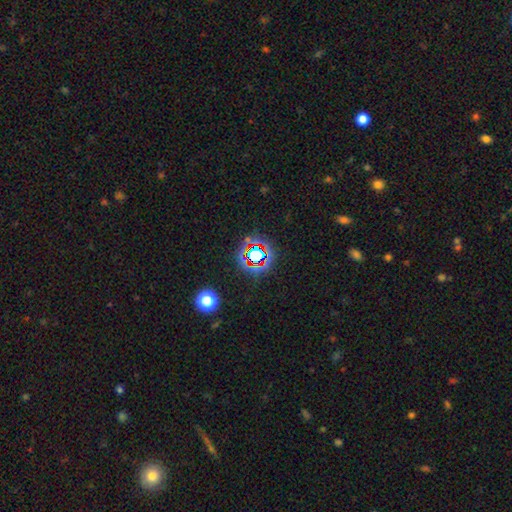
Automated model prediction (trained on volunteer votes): The model was most divided on "smooth or featured": star or artifact: 66%, smooth: 21%, featured or disk: 13%.